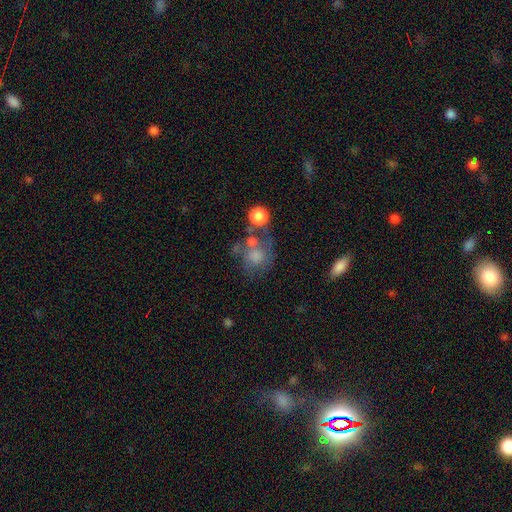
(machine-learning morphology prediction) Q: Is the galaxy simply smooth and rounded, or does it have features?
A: smooth — 51%.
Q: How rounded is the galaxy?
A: round — 70%.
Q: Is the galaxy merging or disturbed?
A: none — 39%.